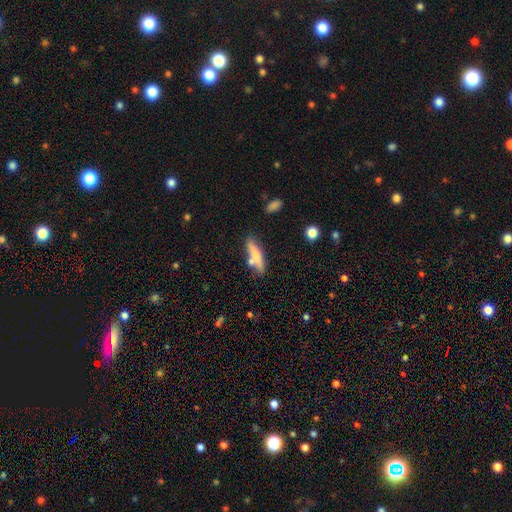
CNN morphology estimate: A smooth galaxy with no disk features (67%) that is cigar-shaped (70%). Merging: none (67%).